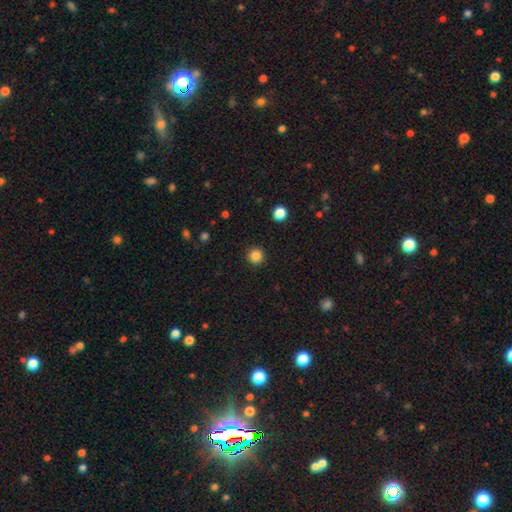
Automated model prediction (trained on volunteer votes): smooth-or-featured: smooth: 85% | star or artifact: 12% | featured or disk: 3%
  how-rounded: round: 96% | in between: 3% | cigar-shaped: 1%
  merging: none: 92% | minor disturbance: 5% | major disturbance: 2% | merger: 1%